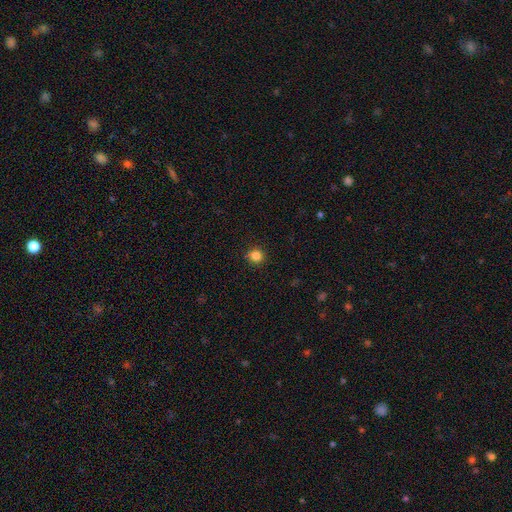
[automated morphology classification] Smooth or featured? Predicted: smooth (p=0.84). How rounded? Predicted: round (p=0.88). Merging? Predicted: none (p=0.91).